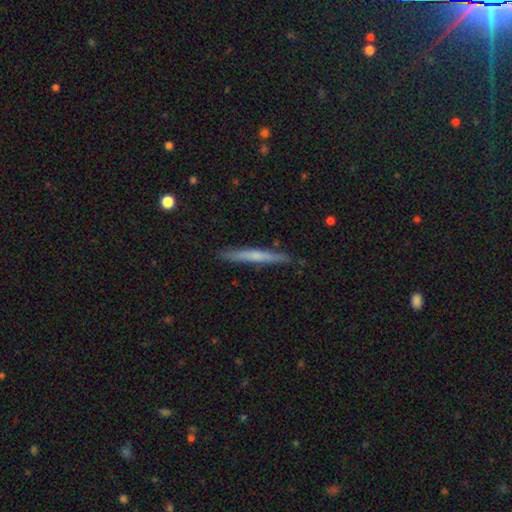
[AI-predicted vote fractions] Morphology: type=smooth (53%); roundness=cigar-shaped (96%); merging=none (88%).